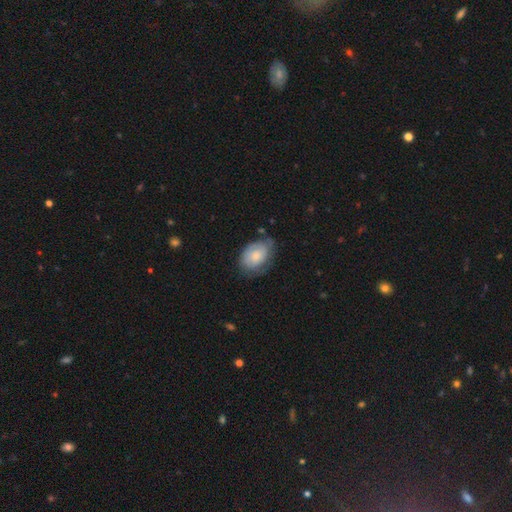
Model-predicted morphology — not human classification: smooth 65%, featured or disk 29%, star or artifact 6%. Down the decision tree: how rounded — in between (82%); merging — none (55%).